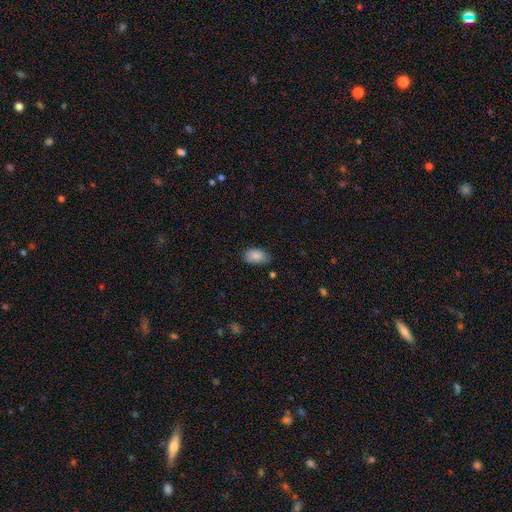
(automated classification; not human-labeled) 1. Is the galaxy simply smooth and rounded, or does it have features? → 86% smooth, 7% star or artifact, 7% featured or disk.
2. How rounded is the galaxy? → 91% in between, 8% round, 1% cigar-shaped.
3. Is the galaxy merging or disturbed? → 68% none, 26% minor disturbance, 4% major disturbance, 2% merger.